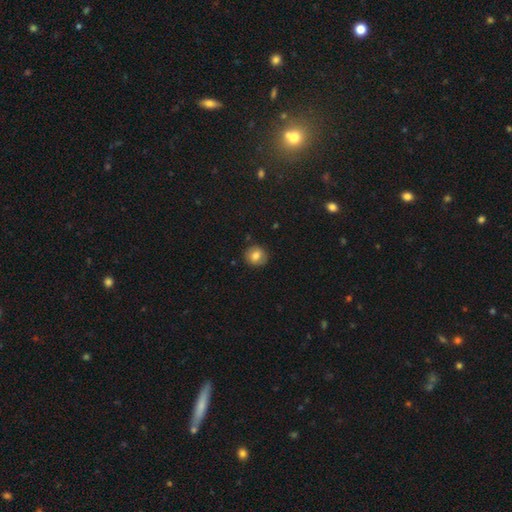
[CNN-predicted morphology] The model was most divided on "smooth or featured": smooth: 79%, featured or disk: 11%, star or artifact: 10%. More confident: merging — none (88%); how rounded — round (87%).